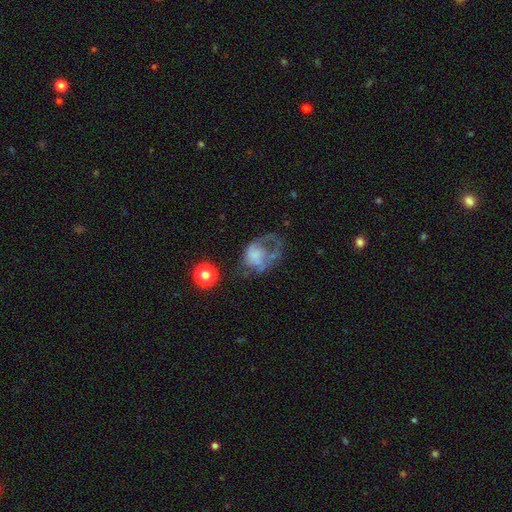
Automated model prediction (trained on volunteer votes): Q: Smooth or featured?
A: featured or disk (50%); runner-up: smooth (39%)
Q: Merging?
A: major disturbance (53%); runner-up: none (23%)